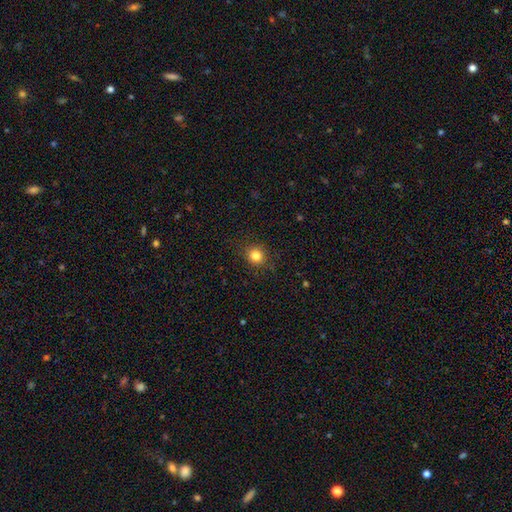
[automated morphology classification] A smooth galaxy with no disk features (83%) that is round (82%).

Vote fractions:
- Smooth or featured? smooth: 83% / star or artifact: 12% / featured or disk: 5%
- How rounded? round: 82% / in between: 17% / cigar-shaped: 1%
- Merging? none: 87% / minor disturbance: 9% / major disturbance: 3% / merger: 1%